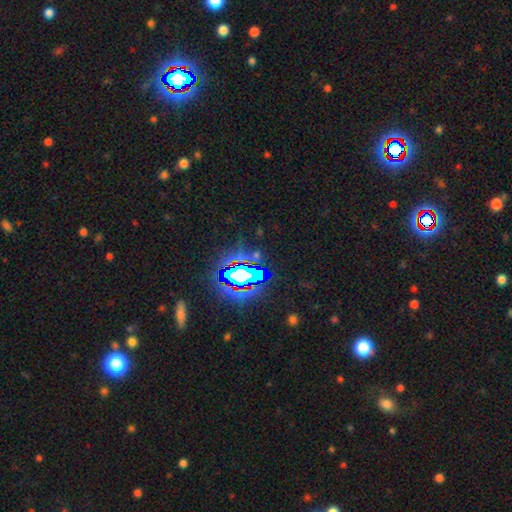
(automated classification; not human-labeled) star or artifact 76%, smooth 14%, featured or disk 10%.